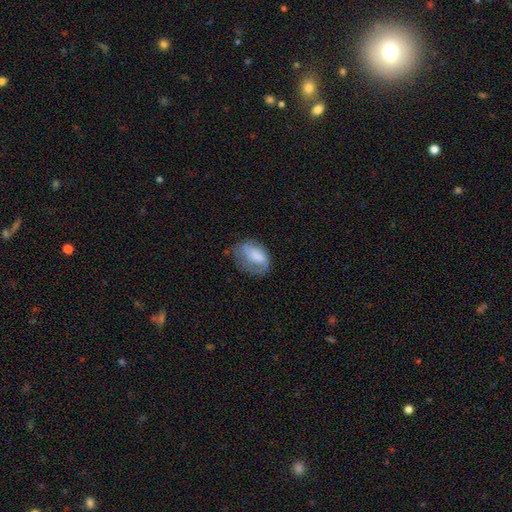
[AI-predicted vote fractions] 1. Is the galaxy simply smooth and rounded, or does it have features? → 61% smooth, 31% featured or disk, 8% star or artifact.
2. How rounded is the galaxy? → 83% in between, 15% round, 2% cigar-shaped.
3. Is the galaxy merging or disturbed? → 42% none, 31% minor disturbance, 26% major disturbance, 2% merger.